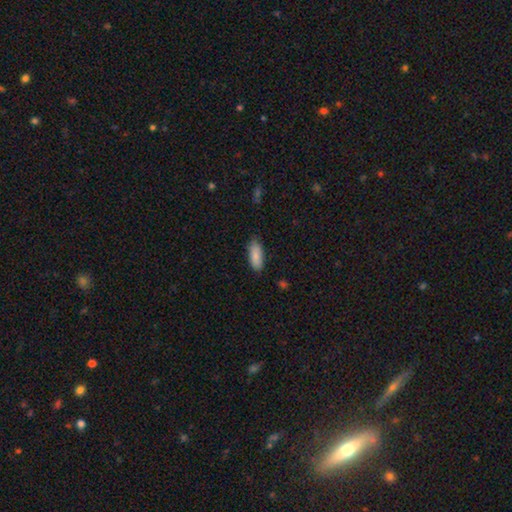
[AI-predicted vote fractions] smooth 88%, star or artifact 6%, featured or disk 6%. Down the decision tree: how rounded — in between (80%); merging — none (82%).